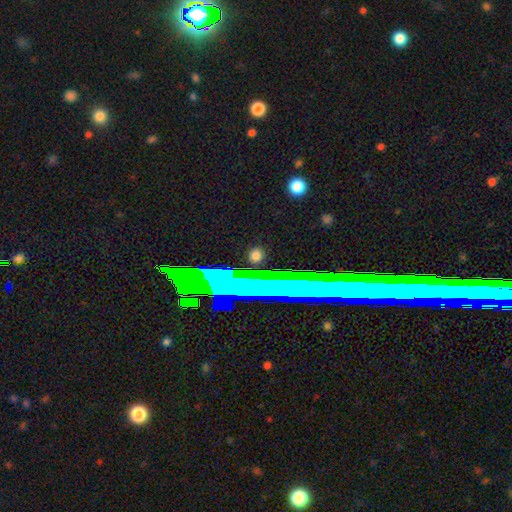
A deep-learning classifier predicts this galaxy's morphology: A smooth galaxy with no disk features (54%) that is round (77%). Merging: none (88%).